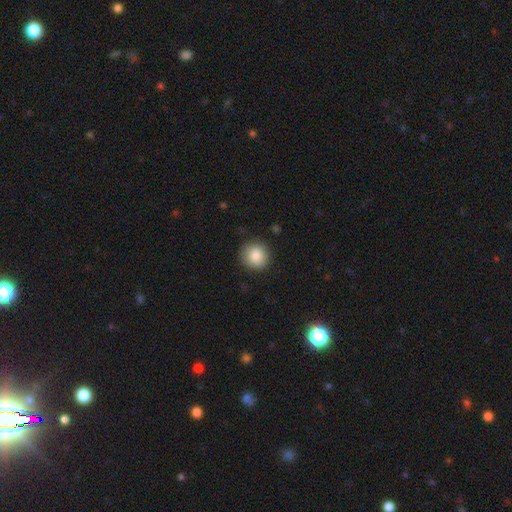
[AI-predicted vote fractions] A smooth galaxy with no disk features (87%) that is round (91%).

Vote fractions:
- Smooth or featured? smooth: 87% / star or artifact: 8% / featured or disk: 5%
- How rounded? round: 91% / in between: 8% / cigar-shaped: 1%
- Merging? none: 87% / minor disturbance: 9% / major disturbance: 2% / merger: 1%